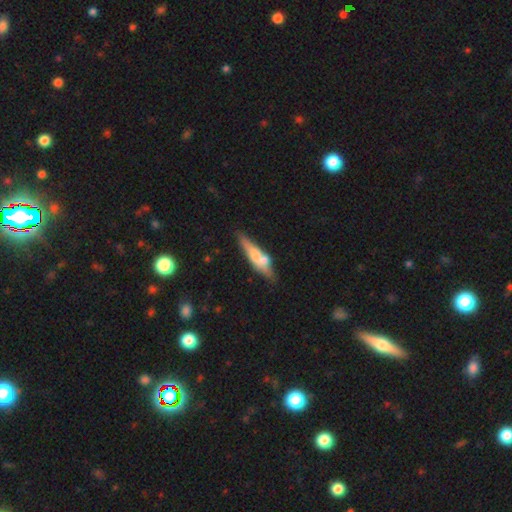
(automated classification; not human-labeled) Smooth or featured?
  - smooth: 53% *
  - featured or disk: 40%
  - star or artifact: 6%
How rounded?
  - cigar-shaped: 76% *
  - in between: 22%
  - round: 2%
Merging?
  - none: 61% *
  - merger: 17%
  - minor disturbance: 17%
  - major disturbance: 5%